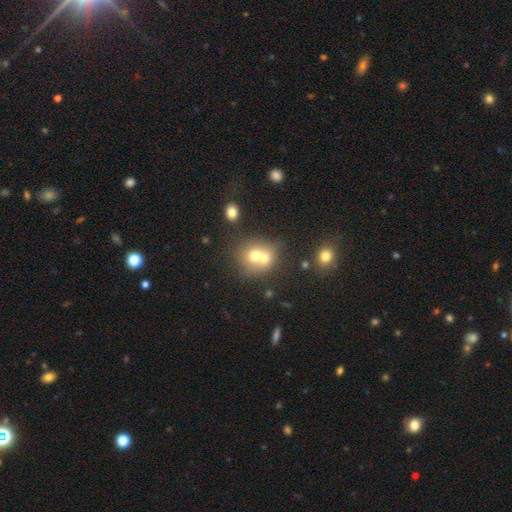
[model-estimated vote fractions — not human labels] smooth 67%, featured or disk 21%, star or artifact 12%. Down the decision tree: how rounded — round (76%); merging — merger (62%).